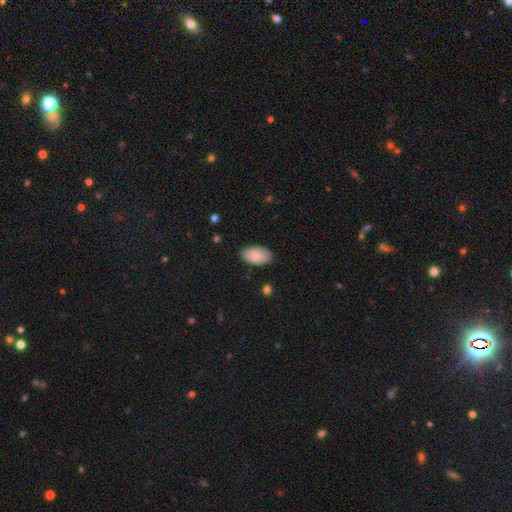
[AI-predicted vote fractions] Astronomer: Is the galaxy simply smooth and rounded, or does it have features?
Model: smooth — 86%.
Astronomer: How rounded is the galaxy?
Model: in between — 95%.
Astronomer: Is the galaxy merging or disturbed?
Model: none — 83%.